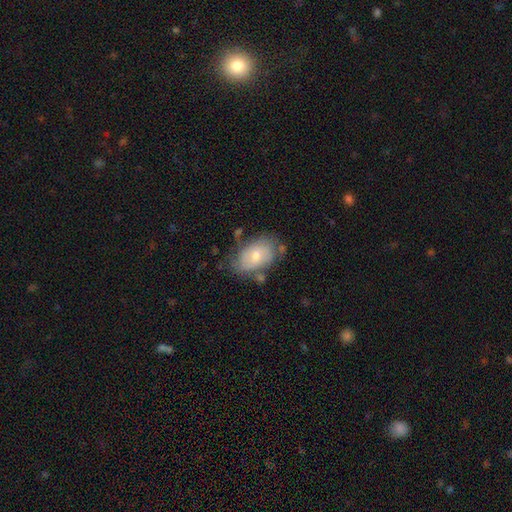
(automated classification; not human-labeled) The model was most divided on "smooth or featured": smooth: 60%, featured or disk: 33%, star or artifact: 7%. More confident: how rounded — in between (89%); merging — none (58%).